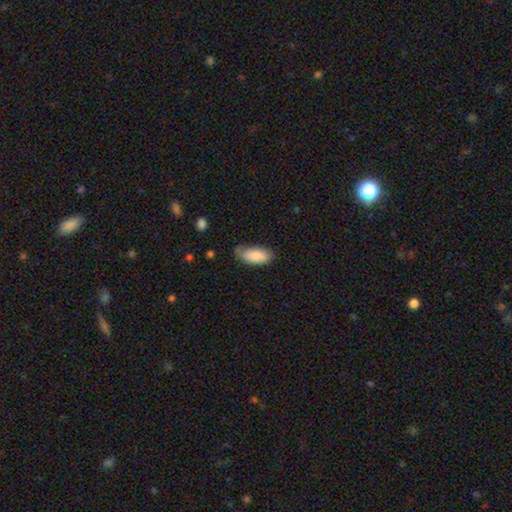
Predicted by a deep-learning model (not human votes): Overall: smooth (84%). How rounded: in between (88%). Merging: none (56%; minor disturbance 33%).